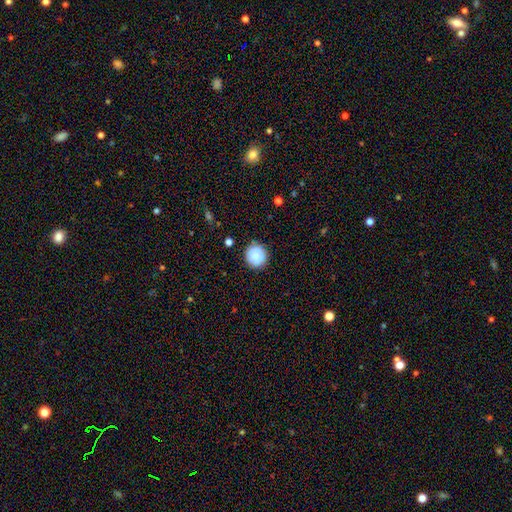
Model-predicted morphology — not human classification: type=smooth (82%); roundness=round (93%); merging=none (86%).